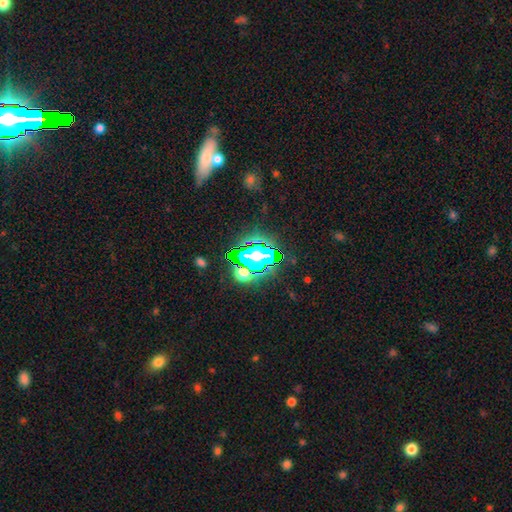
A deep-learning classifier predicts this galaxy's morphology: smooth-or-featured: star or artifact: 65% | smooth: 23% | featured or disk: 12%